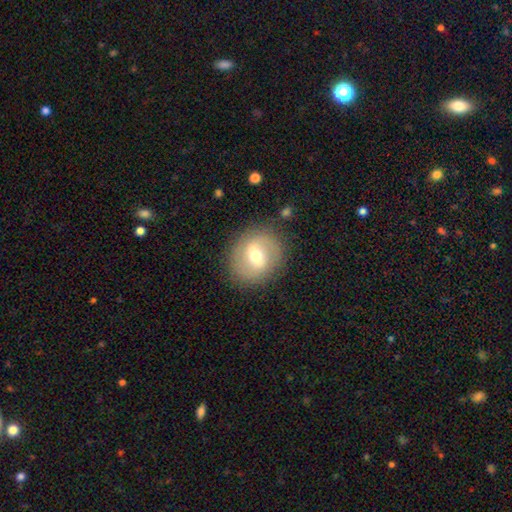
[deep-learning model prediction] Morphology: type=featured or disk (51%); edge-on=no (95%); merging=none (84%).